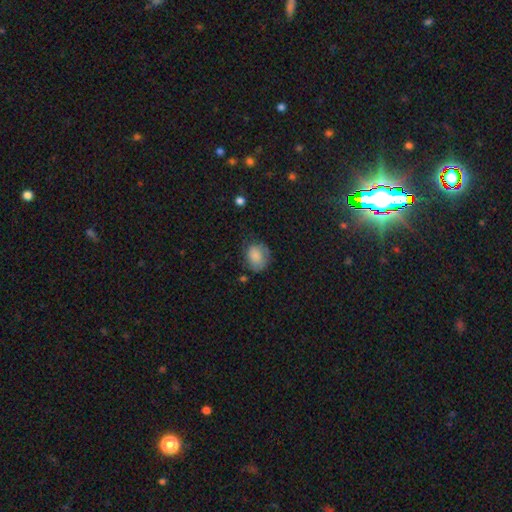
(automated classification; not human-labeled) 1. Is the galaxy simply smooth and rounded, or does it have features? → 80% smooth, 12% featured or disk, 8% star or artifact.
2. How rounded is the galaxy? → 54% round, 45% in between, 1% cigar-shaped.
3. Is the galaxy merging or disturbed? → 56% none, 29% minor disturbance, 12% major disturbance, 3% merger.